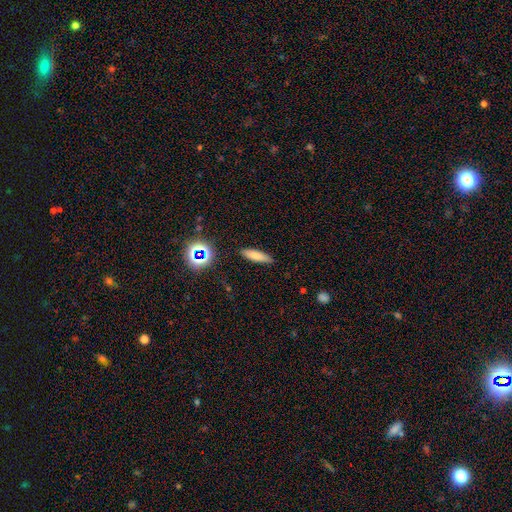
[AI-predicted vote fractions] smooth_or_featured: smooth (p=0.74) [alt: featured or disk p=0.14]
how_rounded: cigar-shaped (p=0.66) [alt: in between p=0.31]
merging: none (p=0.87) [alt: minor disturbance p=0.09]